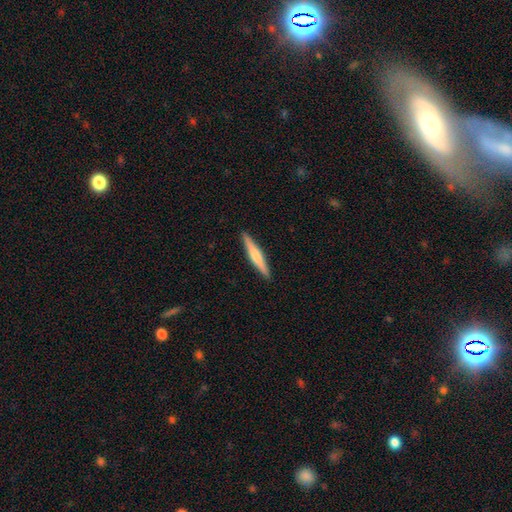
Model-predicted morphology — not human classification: smooth_or_featured: smooth (p=0.49) [alt: featured or disk p=0.46]
merging: none (p=0.92) [alt: minor disturbance p=0.06]